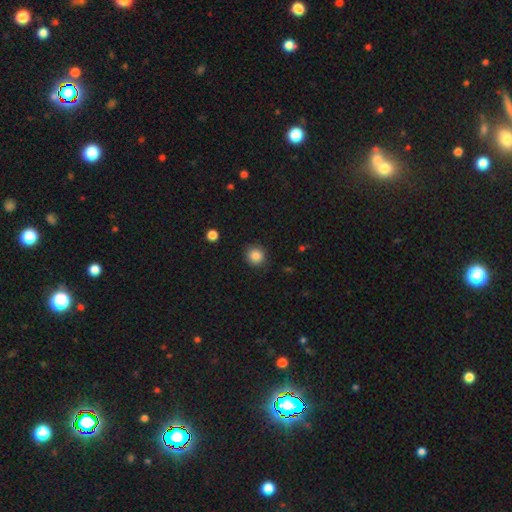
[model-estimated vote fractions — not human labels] The model was most divided on "smooth or featured": smooth: 86%, star or artifact: 10%, featured or disk: 4%. More confident: how rounded — round (90%); merging — none (88%).